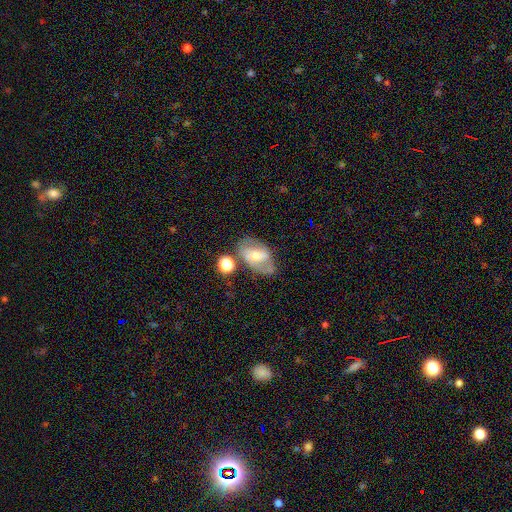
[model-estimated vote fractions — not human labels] Morphology: type=featured or disk (68%); edge-on=no (95%); bar=weak (43%); spiral arms=yes (81%); winding=medium (49%); arm count=2 (78%); bulge=moderate (49%); merging=none (57%).